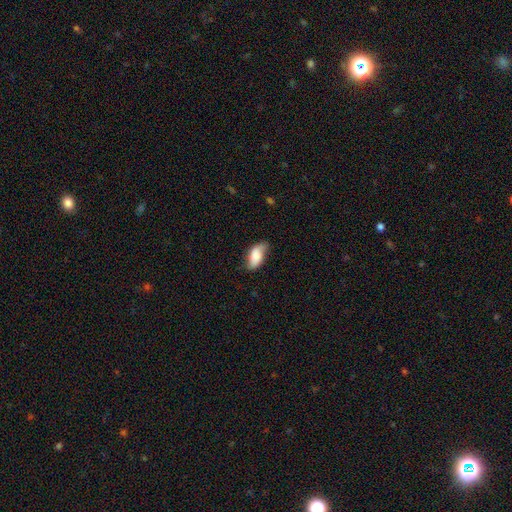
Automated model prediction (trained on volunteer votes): smooth 69%, featured or disk 24%, star or artifact 8%. Down the decision tree: how rounded — in between (91%); merging — none (53%).